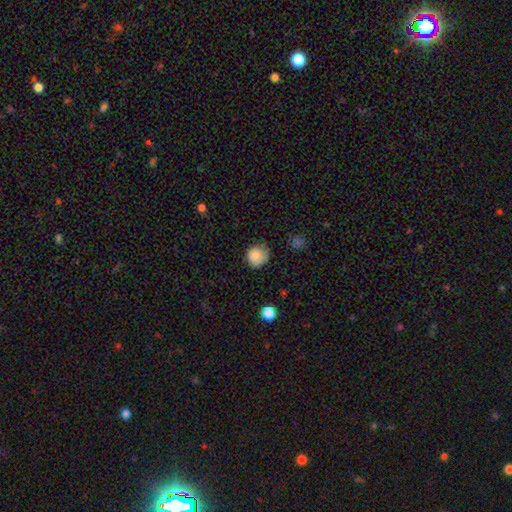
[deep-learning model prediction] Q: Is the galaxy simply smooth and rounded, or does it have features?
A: smooth — 86%.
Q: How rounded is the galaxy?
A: round — 89%.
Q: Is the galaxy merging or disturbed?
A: none — 73%.